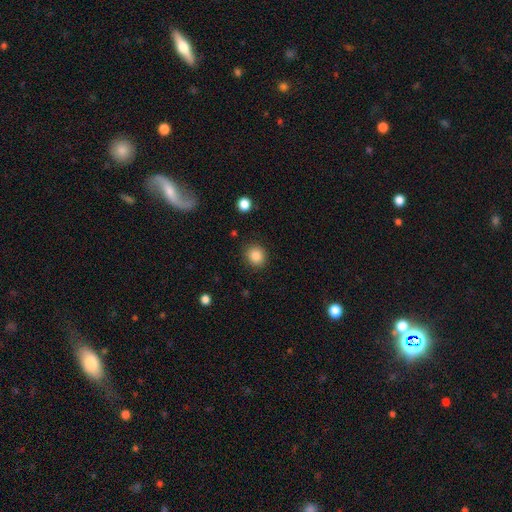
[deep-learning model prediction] The model was most divided on "how rounded": round: 81%, in between: 18%, cigar-shaped: 1%. More confident: merging — none (88%); smooth or featured — smooth (86%).